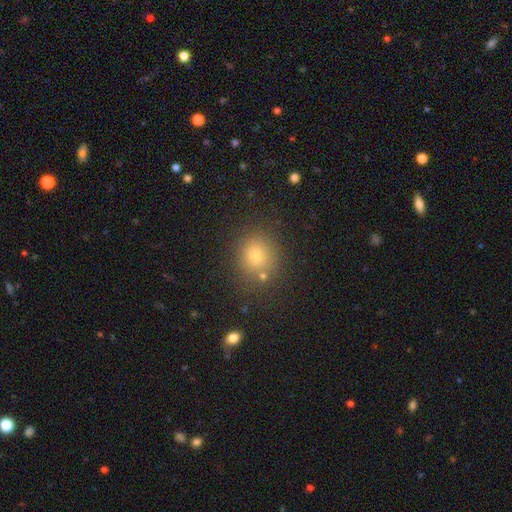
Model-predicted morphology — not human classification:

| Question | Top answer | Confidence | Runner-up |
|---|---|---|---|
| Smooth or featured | smooth | 78% | star or artifact (15%) |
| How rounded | round | 78% | in between (21%) |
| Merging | none | 78% | minor disturbance (11%) |